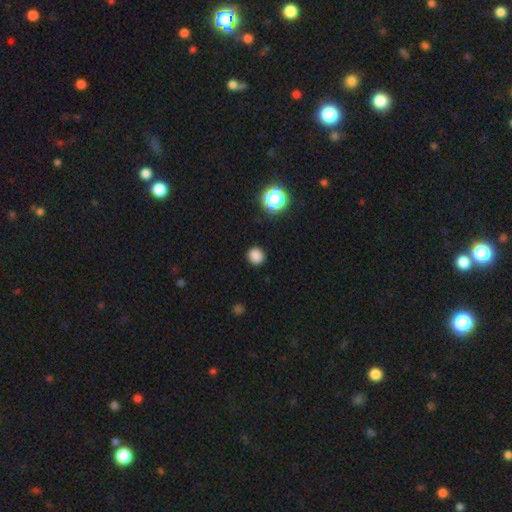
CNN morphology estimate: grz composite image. It shows a smooth galaxy with no disk features (83%) that is round (87%). Merging: none (90%).